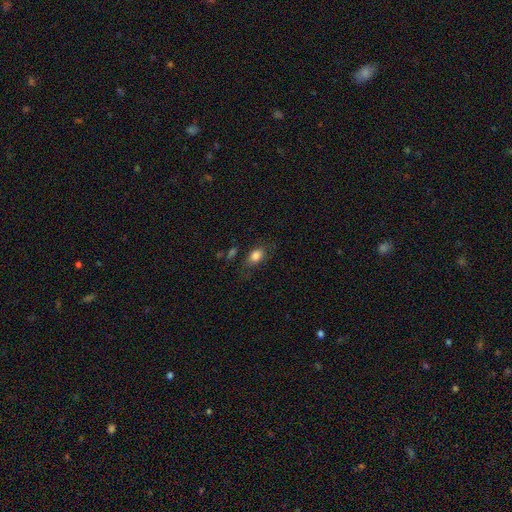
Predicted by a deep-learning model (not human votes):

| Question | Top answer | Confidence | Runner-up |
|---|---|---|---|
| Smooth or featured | smooth | 82% | star or artifact (9%) |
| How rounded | in between | 78% | round (19%) |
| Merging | none | 69% | minor disturbance (20%) |